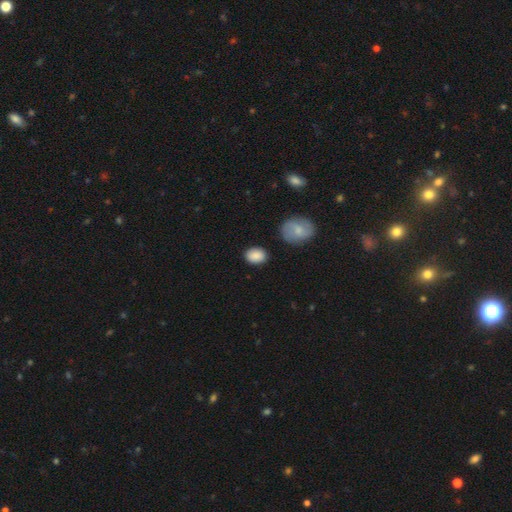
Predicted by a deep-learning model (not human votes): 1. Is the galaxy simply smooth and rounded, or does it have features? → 87% smooth, 7% star or artifact, 6% featured or disk.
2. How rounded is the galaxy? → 61% in between, 37% round, 1% cigar-shaped.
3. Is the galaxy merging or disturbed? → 84% none, 11% minor disturbance, 3% merger, 2% major disturbance.